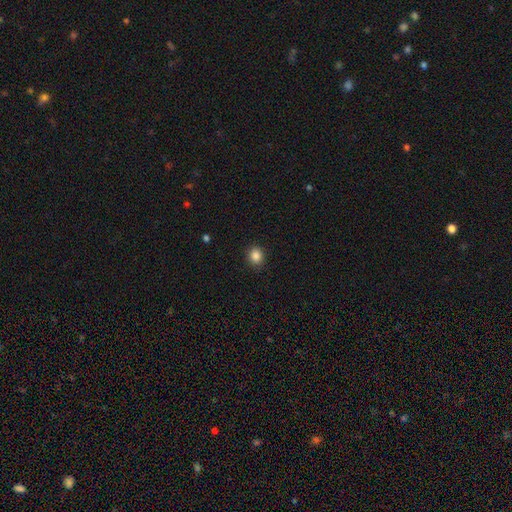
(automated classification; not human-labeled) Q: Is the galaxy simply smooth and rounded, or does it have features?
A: smooth — 86%.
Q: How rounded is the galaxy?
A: round — 77%.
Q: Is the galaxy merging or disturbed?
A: none — 90%.